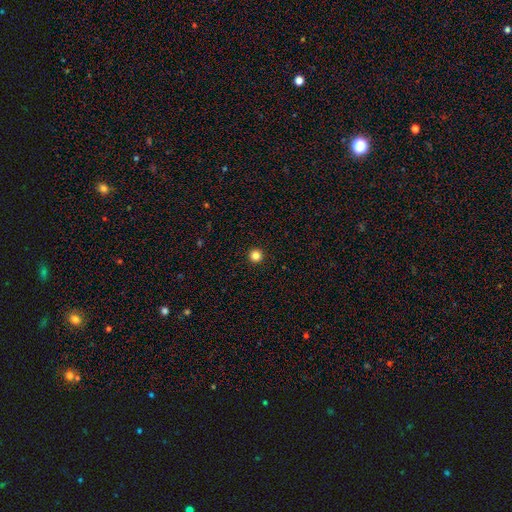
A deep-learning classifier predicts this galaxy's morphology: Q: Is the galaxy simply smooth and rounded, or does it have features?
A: smooth — 84%.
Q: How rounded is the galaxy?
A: round — 97%.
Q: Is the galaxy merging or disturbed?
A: none — 94%.